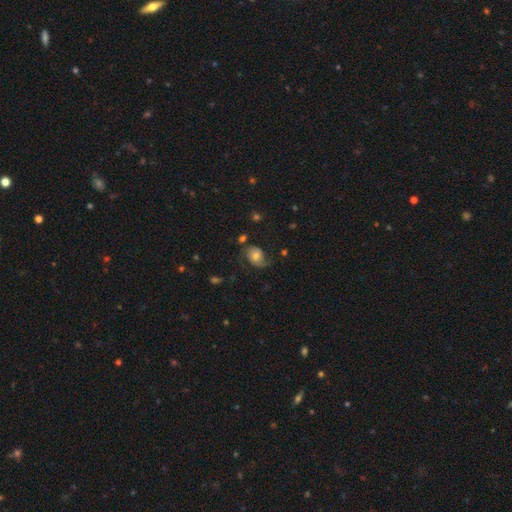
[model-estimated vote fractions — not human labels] Morphology: type=featured or disk (58%); edge-on=no (97%); bar=no (71%); spiral arms=yes (88%); bulge=moderate (62%); merging=none (60%).